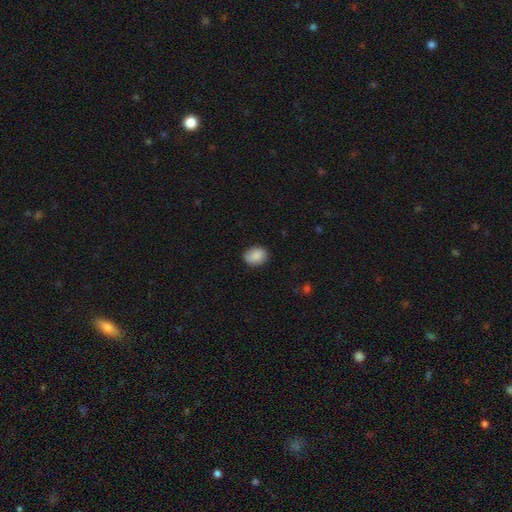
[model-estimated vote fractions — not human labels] Q: Smooth or featured?
A: smooth (86%); runner-up: star or artifact (7%)
Q: How rounded?
A: in between (57%); runner-up: round (42%)
Q: Merging?
A: none (82%); runner-up: minor disturbance (14%)